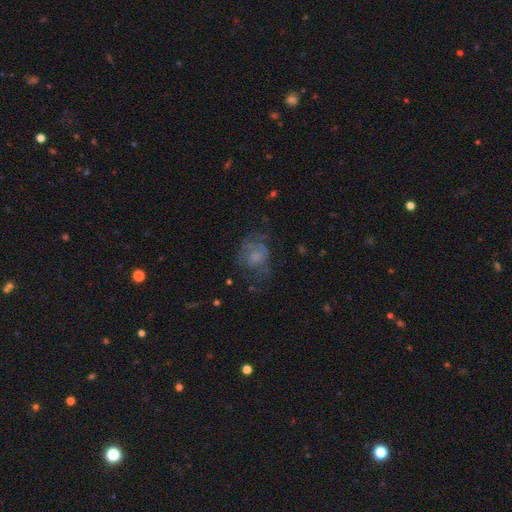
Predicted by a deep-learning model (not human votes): Smooth or featured? smooth (47%)
Merging? none (46%)